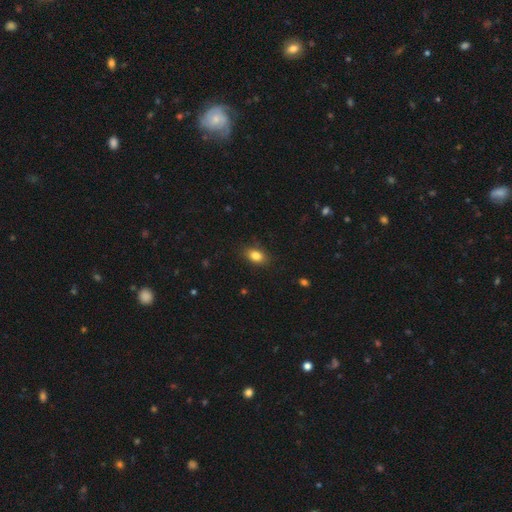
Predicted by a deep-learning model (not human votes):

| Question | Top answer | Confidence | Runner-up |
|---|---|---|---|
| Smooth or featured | smooth | 85% | star or artifact (9%) |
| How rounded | in between | 81% | round (17%) |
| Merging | none | 84% | minor disturbance (12%) |